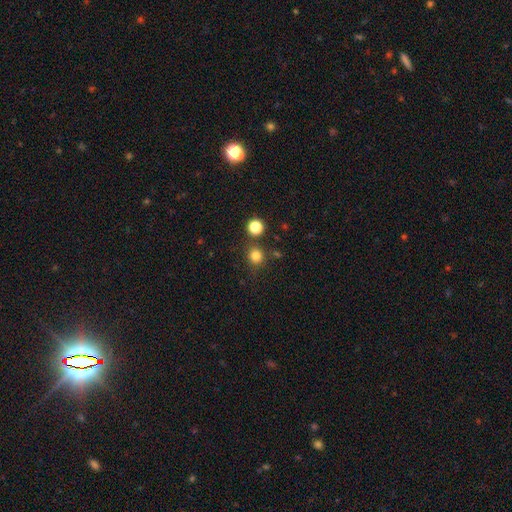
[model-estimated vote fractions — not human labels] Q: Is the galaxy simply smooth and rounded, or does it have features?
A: smooth — 81%.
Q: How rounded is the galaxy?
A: round — 89%.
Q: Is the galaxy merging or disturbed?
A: none — 80%.